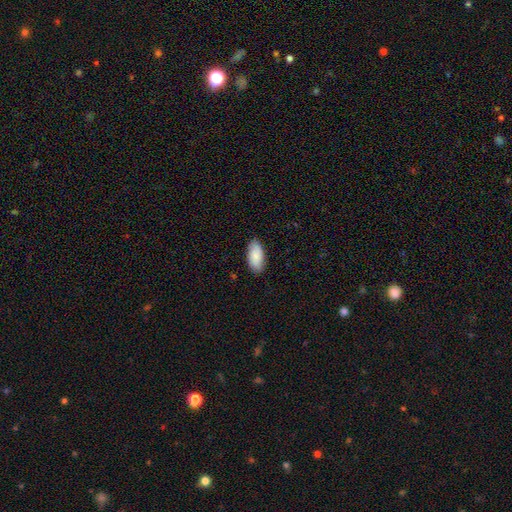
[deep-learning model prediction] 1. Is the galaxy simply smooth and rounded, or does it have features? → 86% smooth, 8% featured or disk, 6% star or artifact.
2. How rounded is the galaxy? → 92% in between, 6% cigar-shaped, 2% round.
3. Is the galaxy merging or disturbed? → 86% none, 11% minor disturbance, 2% major disturbance, 1% merger.